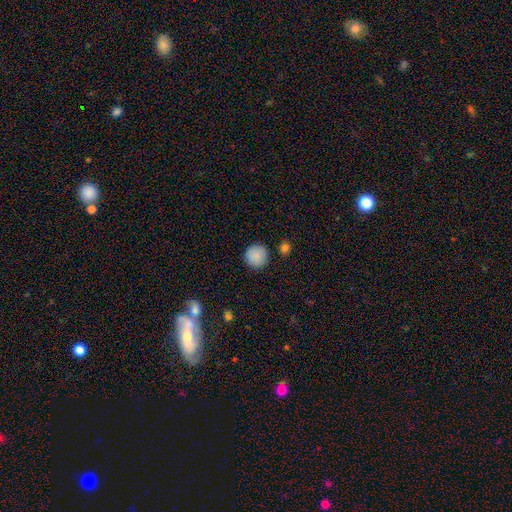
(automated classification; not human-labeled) Overall: smooth (88%). How rounded: round (95%). Merging: none (89%).